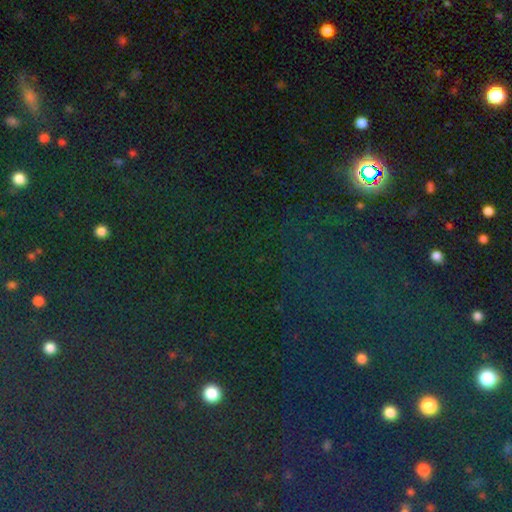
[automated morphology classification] Smooth or featured? Predicted: star or artifact (p=0.76).